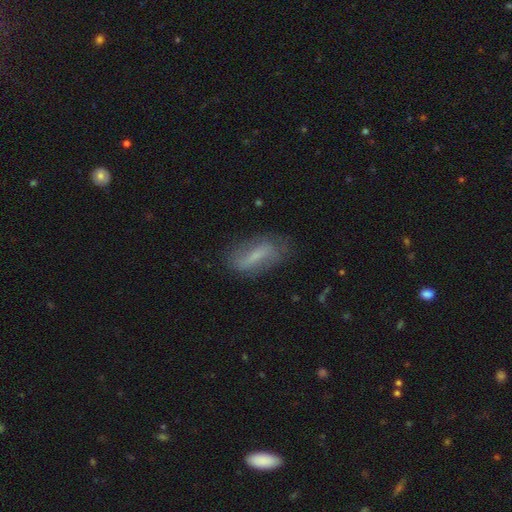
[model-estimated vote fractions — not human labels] This is possibly a smooth galaxy (46%). Merging: likely none (69%).